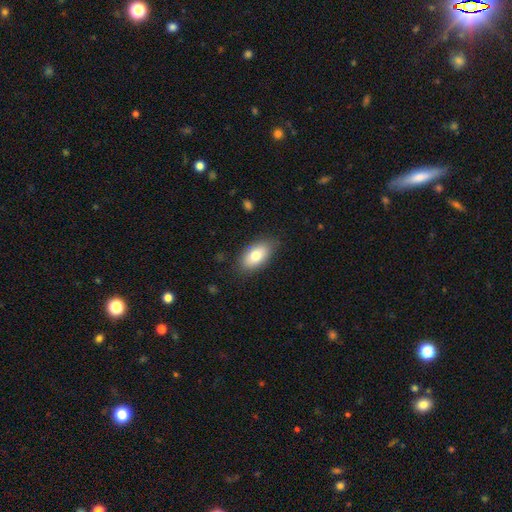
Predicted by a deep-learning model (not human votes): Smooth or featured?
  - smooth: 78% *
  - featured or disk: 15%
  - star or artifact: 7%
How rounded?
  - in between: 92% *
  - cigar-shaped: 4%
  - round: 4%
Merging?
  - none: 82% *
  - minor disturbance: 14%
  - major disturbance: 3%
  - merger: 1%